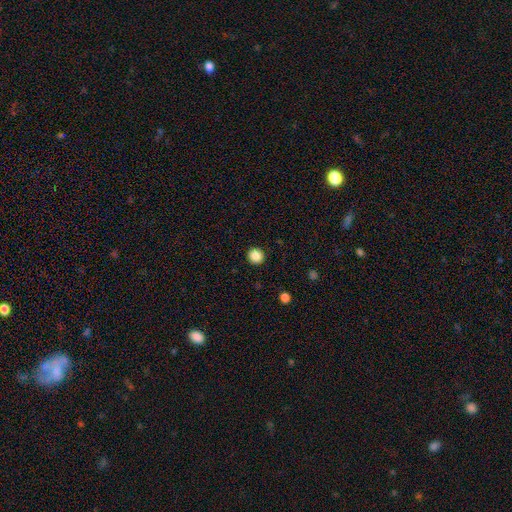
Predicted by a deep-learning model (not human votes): A smooth galaxy with no disk features (88%) that is round (94%). Merging: none (93%).